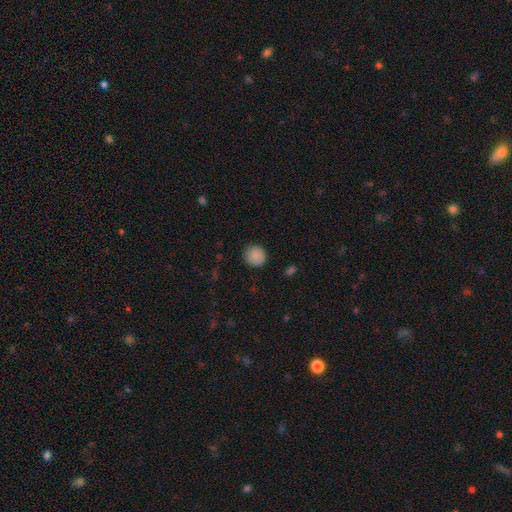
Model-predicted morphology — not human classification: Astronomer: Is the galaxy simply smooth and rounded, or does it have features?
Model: smooth — 88%.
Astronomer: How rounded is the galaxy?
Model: round — 92%.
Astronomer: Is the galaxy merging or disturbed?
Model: none — 88%.